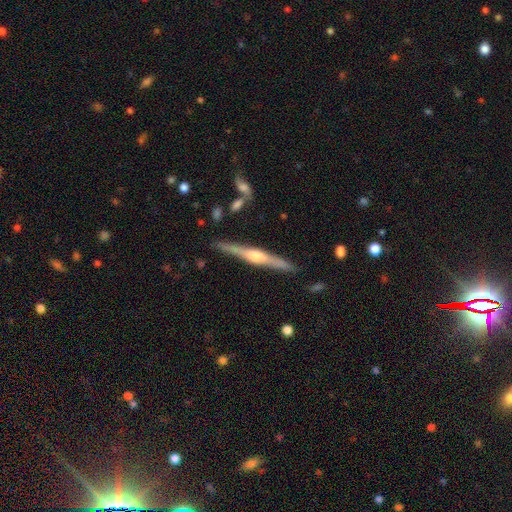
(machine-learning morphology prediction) The model was most divided on "smooth or featured": featured or disk: 76%, smooth: 18%, star or artifact: 5%. More confident: edge-on disk — yes (98%); merging — none (88%); edge-on bulge — rounded (85%).